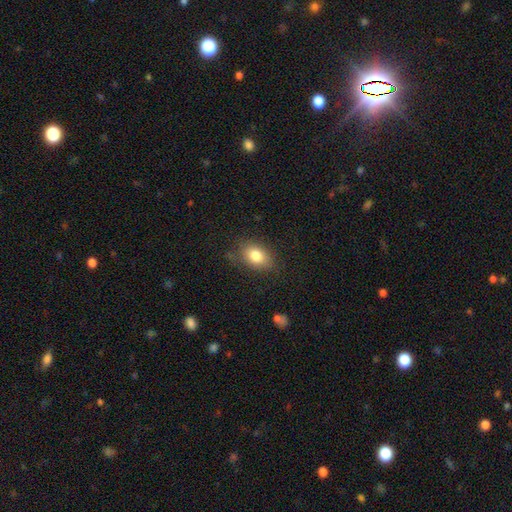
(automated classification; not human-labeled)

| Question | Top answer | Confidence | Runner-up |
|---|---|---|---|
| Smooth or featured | smooth | 81% | featured or disk (10%) |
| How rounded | in between | 78% | round (20%) |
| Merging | none | 79% | minor disturbance (16%) |